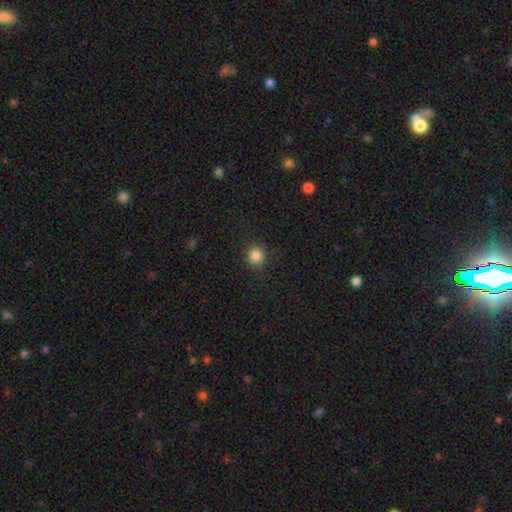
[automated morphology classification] Overall: smooth (85%). How rounded: round (94%). Merging: none (90%).